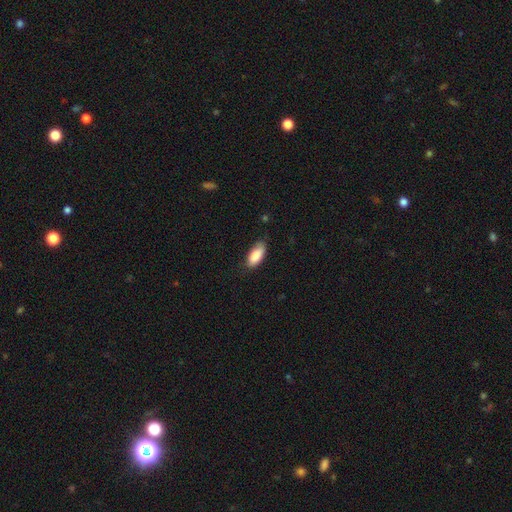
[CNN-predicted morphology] This appears to be a smooth galaxy with no disk features (87%) that is in between round and cigar-shaped (88%). Merging: none (71%).